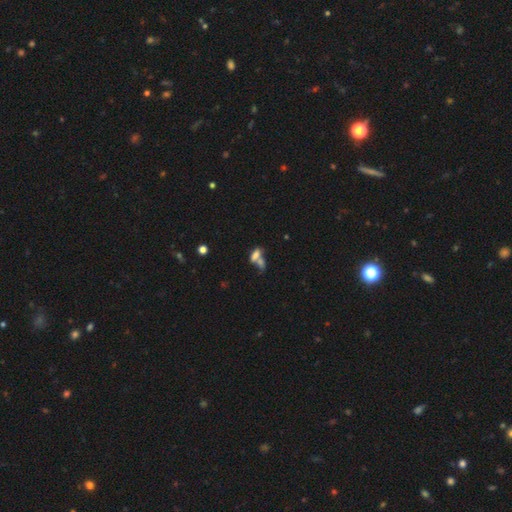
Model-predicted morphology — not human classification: Smooth or featured: smooth — 67% (featured or disk — 20%)
How rounded: in between — 78% (cigar-shaped — 15%)
Merging: merger — 60% (none — 24%)